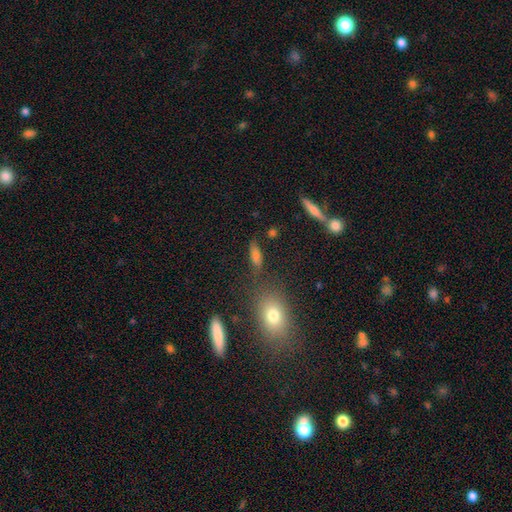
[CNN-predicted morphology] This is likely a smooth galaxy (63%). How rounded: possibly in between (49%). Merging: likely none (68%).